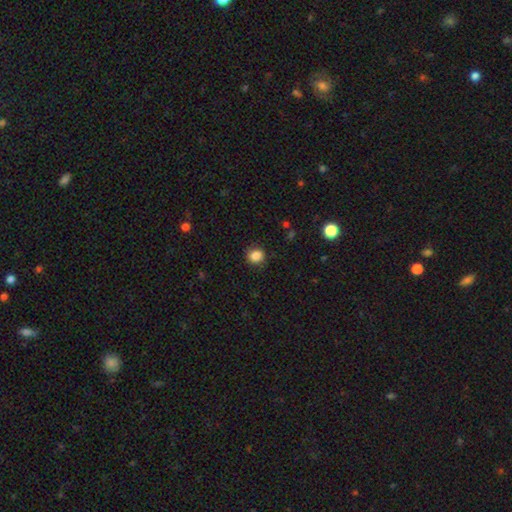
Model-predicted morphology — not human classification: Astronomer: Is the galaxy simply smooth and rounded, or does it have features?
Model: smooth — 86%.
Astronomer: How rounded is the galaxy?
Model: round — 77%.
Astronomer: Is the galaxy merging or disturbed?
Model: none — 87%.